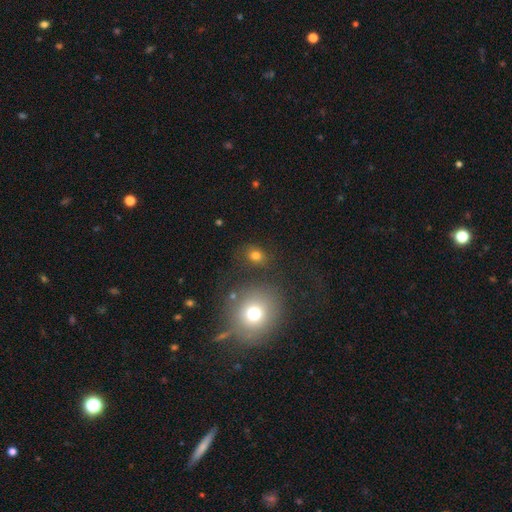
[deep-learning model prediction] Morphology: type=smooth (74%); roundness=round (55%); merging=none (74%).